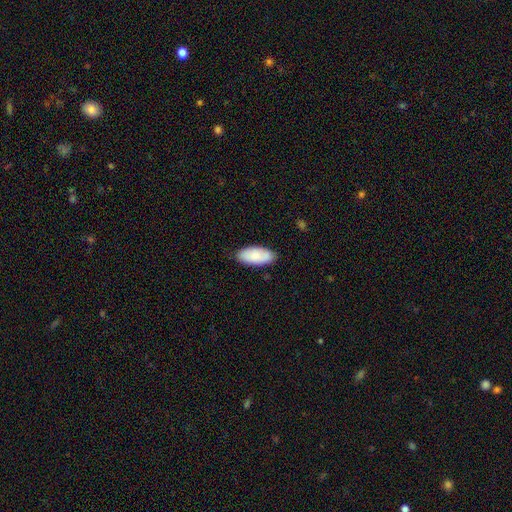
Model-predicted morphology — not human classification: This is clearly a smooth galaxy (83%). How rounded: clearly in between (90%). Merging: clearly none (83%).